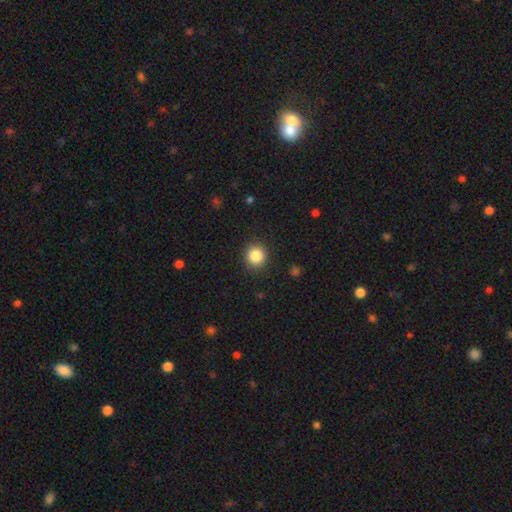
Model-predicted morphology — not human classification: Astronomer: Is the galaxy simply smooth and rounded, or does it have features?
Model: smooth — 85%.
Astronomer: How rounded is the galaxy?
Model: round — 91%.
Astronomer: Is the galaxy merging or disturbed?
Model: none — 90%.